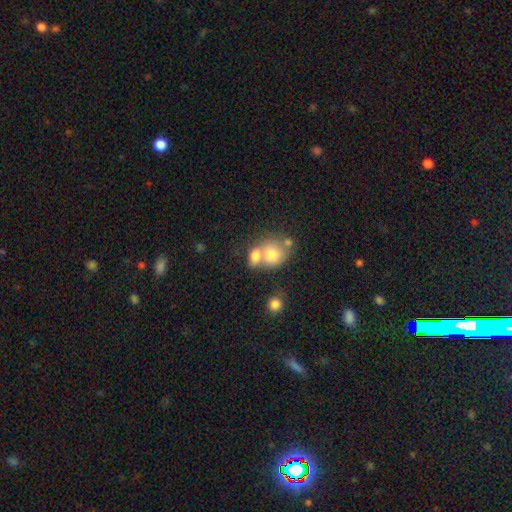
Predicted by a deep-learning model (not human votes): Q: Smooth or featured?
A: smooth (75%); runner-up: featured or disk (16%)
Q: How rounded?
A: round (51%); runner-up: in between (48%)
Q: Merging?
A: merger (58%); runner-up: none (29%)